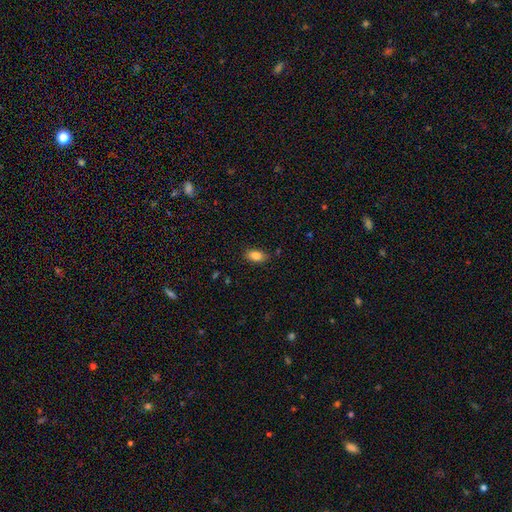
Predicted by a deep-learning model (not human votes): This appears to be a smooth galaxy with no disk features (85%) that is in between round and cigar-shaped (90%). Merging: none (85%).